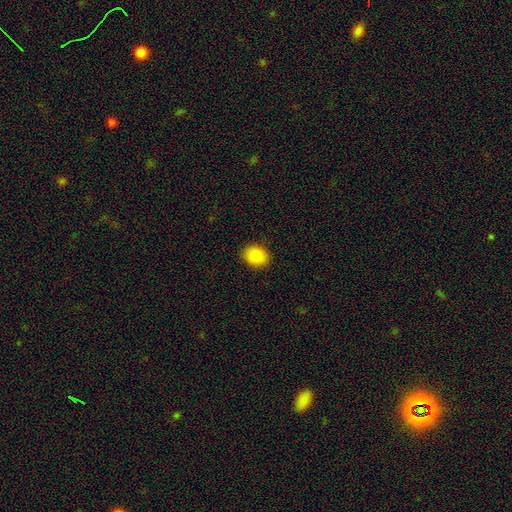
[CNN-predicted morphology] Smooth or featured? Predicted: smooth (p=0.89). How rounded? Predicted: in between (p=0.54). Merging? Predicted: none (p=0.89).